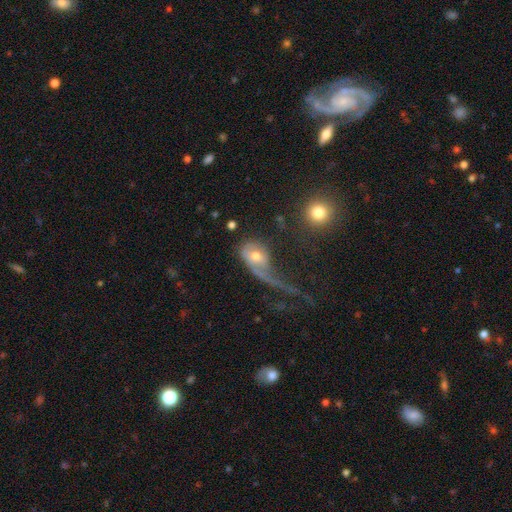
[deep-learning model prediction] The model was most divided on "smooth or featured": featured or disk: 51%, smooth: 40%, star or artifact: 8%. More confident: edge-on disk — no (93%); merging — major disturbance (65%).